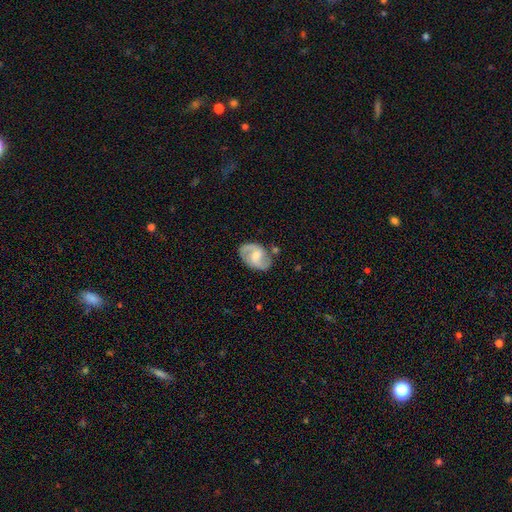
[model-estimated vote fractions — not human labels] Morphology: type=featured or disk (76%); edge-on=no (97%); bar=weak (53%); spiral arms=yes (92%); winding=medium (52%); arm count=2 (89%); bulge=moderate (52%); merging=none (74%).